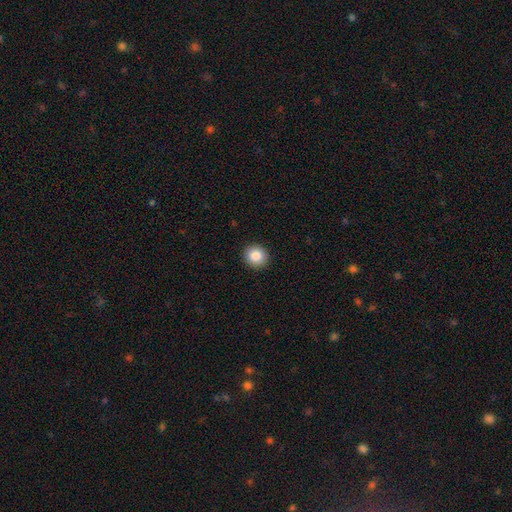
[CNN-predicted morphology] smooth_or_featured: smooth (p=0.86) [alt: star or artifact p=0.09]
how_rounded: round (p=0.89) [alt: in between p=0.10]
merging: none (p=0.92) [alt: minor disturbance p=0.05]